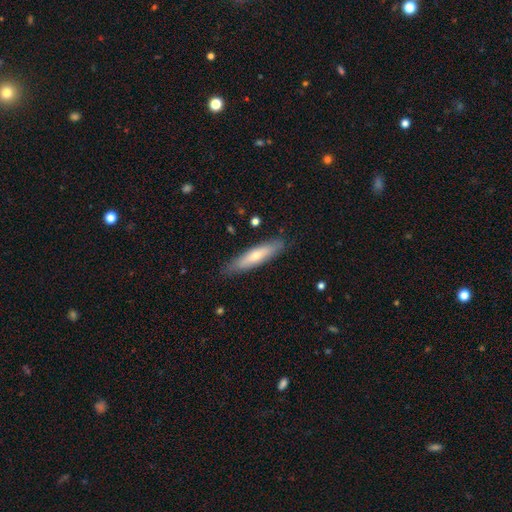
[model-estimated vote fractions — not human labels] Morphology: type=smooth (58%); roundness=cigar-shaped (79%); merging=none (85%).